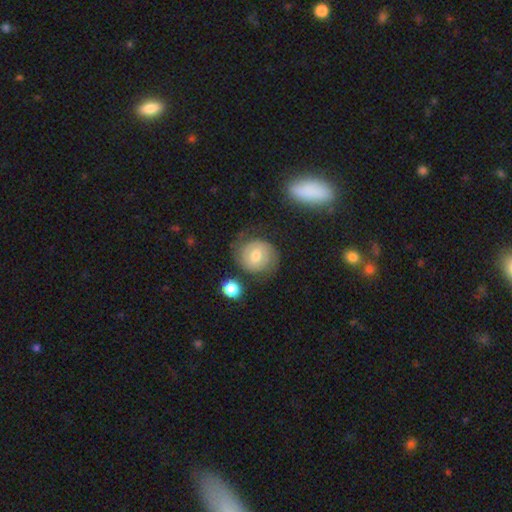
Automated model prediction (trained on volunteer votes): Smooth or featured: featured or disk — 52% (smooth — 39%)
Edge-on disk: no — 97% (yes — 3%)
Bar: no — 53% (weak — 39%)
Spiral arms: yes — 81% (no — 19%)
Bulge size: moderate — 65% (small — 26%)
Merging: none — 69% (minor disturbance — 17%)